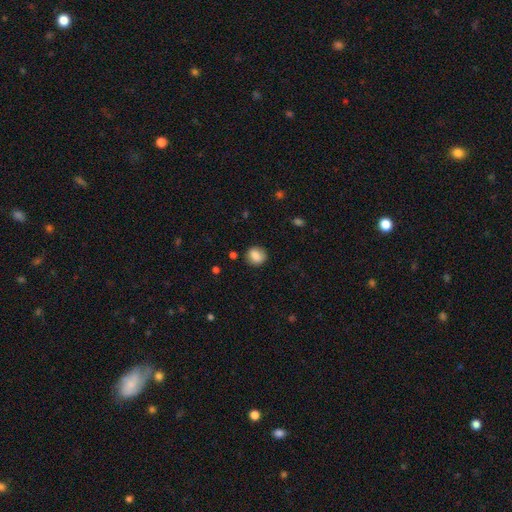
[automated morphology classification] A smooth galaxy with no disk features (83%) that is round (74%). Merging: none (83%).